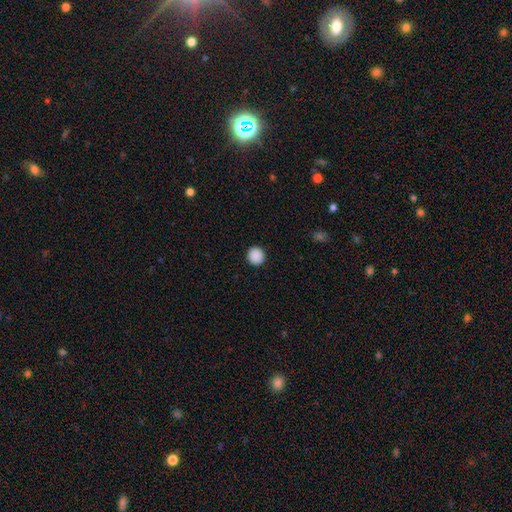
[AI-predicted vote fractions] A smooth galaxy with no disk features (90%) that is round (93%). Merging: none (93%).